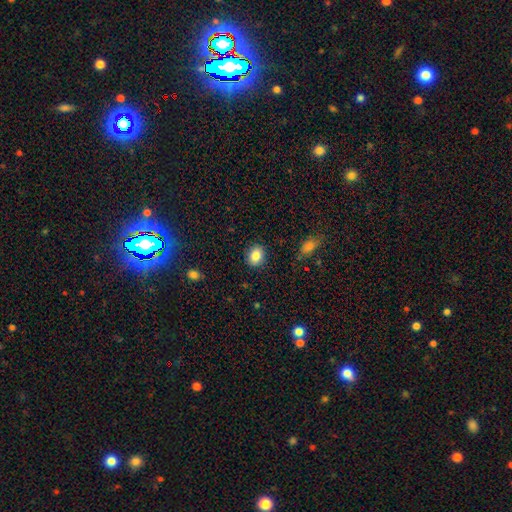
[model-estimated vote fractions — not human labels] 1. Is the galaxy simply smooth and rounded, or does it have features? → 85% smooth, 8% star or artifact, 6% featured or disk.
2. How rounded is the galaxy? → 54% in between, 45% round, 1% cigar-shaped.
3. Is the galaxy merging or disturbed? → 88% none, 9% minor disturbance, 2% major disturbance, 1% merger.